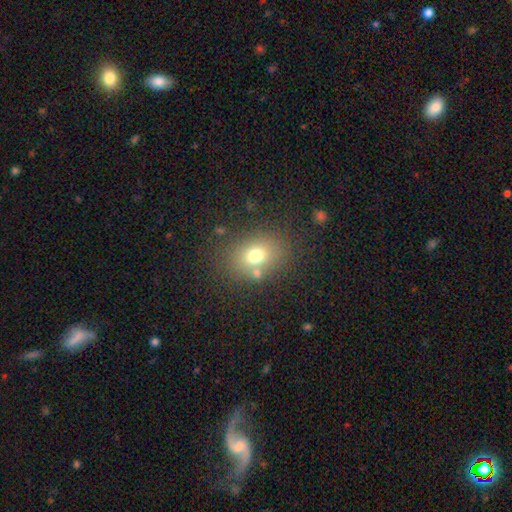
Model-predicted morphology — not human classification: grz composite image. It shows a smooth galaxy with no disk features (70%) that is in between round and cigar-shaped (58%). Merging: none (72%).